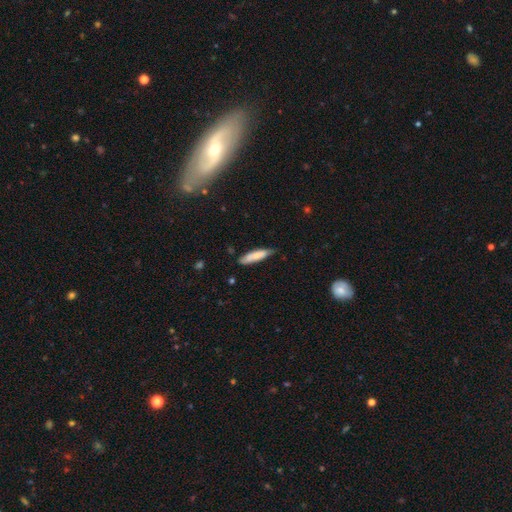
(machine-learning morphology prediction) smooth_or_featured: smooth (p=0.75) [alt: featured or disk p=0.19]
how_rounded: cigar-shaped (p=0.75) [alt: in between p=0.24]
merging: none (p=0.70) [alt: minor disturbance p=0.25]